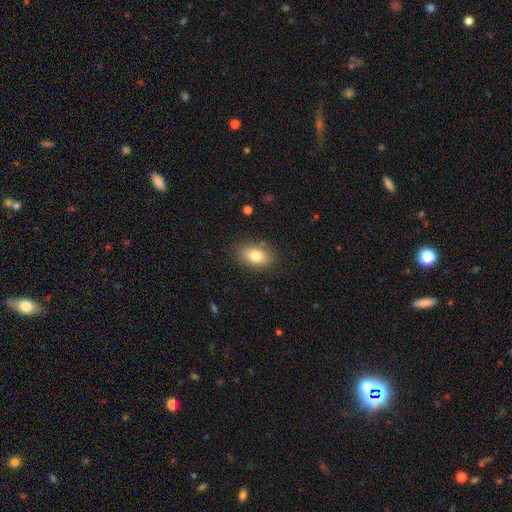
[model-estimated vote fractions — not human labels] Smooth or featured? smooth (80%)
How rounded? in between (86%)
Merging? none (84%)